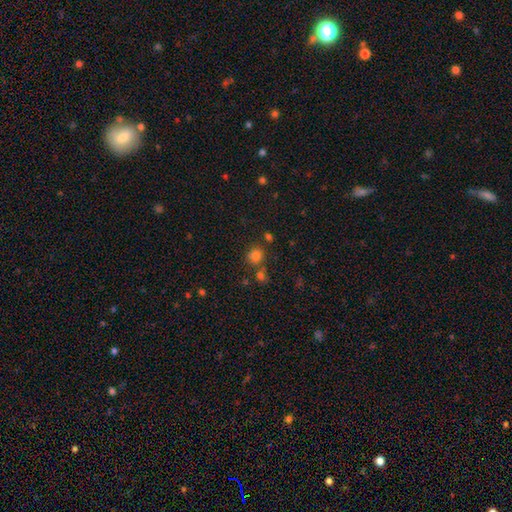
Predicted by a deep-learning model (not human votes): Smooth or featured?
  - smooth: 78% *
  - star or artifact: 16%
  - featured or disk: 6%
How rounded?
  - round: 79% *
  - in between: 20%
  - cigar-shaped: 1%
Merging?
  - none: 71% *
  - merger: 14%
  - minor disturbance: 11%
  - major disturbance: 4%